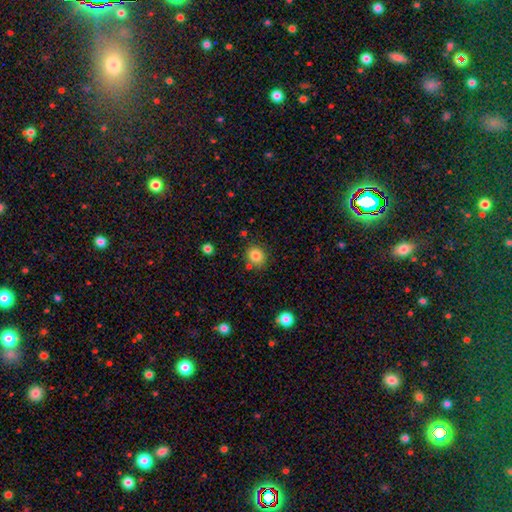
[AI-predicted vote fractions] smooth_or_featured: smooth (p=0.83) [alt: star or artifact p=0.11]
how_rounded: round (p=0.77) [alt: in between p=0.22]
merging: none (p=0.79) [alt: minor disturbance p=0.11]